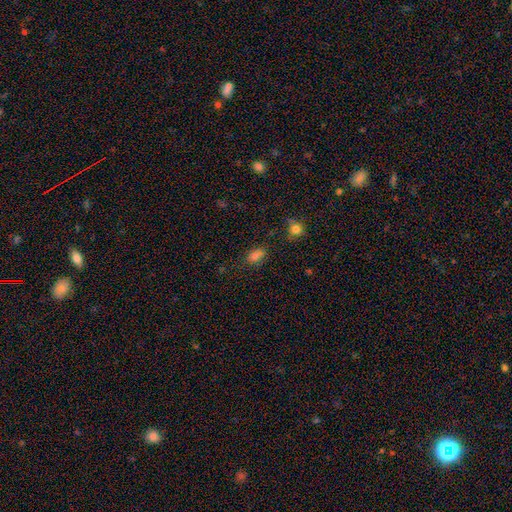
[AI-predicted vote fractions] The model was most divided on "merging": none: 68%, minor disturbance: 20%, merger: 7%, major disturbance: 6%. More confident: how rounded — in between (77%); smooth or featured — smooth (75%).